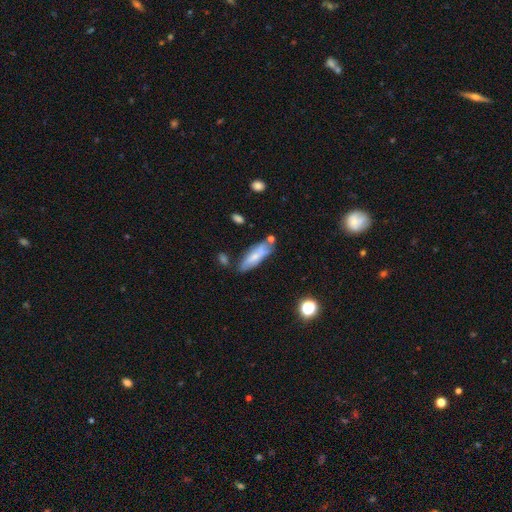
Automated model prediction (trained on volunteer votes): Smooth or featured?
  - smooth: 65% *
  - featured or disk: 28%
  - star or artifact: 7%
How rounded?
  - in between: 51% *
  - cigar-shaped: 47%
  - round: 2%
Merging?
  - none: 59% *
  - minor disturbance: 24%
  - merger: 11%
  - major disturbance: 7%